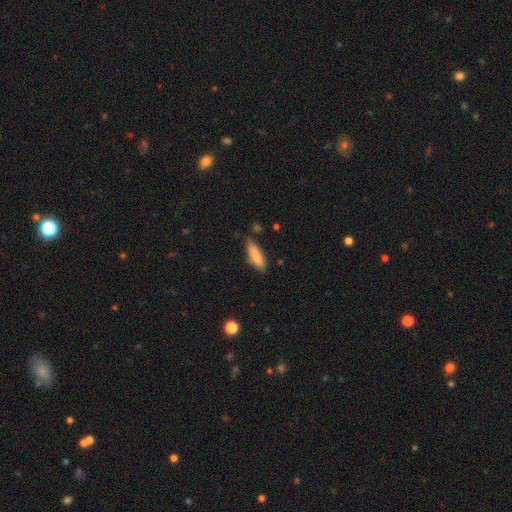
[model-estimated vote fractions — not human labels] A smooth galaxy with no disk features (86%) that is cigar-shaped (60%). Merging: none (78%).